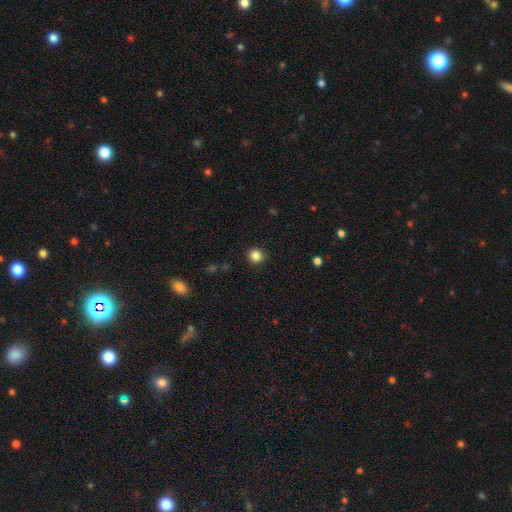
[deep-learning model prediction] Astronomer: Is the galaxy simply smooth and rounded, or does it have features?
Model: smooth — 85%.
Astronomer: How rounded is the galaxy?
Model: round — 93%.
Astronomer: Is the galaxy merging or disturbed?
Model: none — 90%.